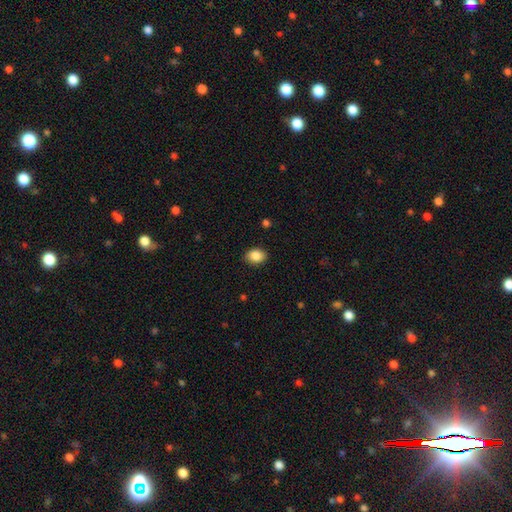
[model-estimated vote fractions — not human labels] Overall: smooth (87%). How rounded: in between (70%). Merging: none (89%).